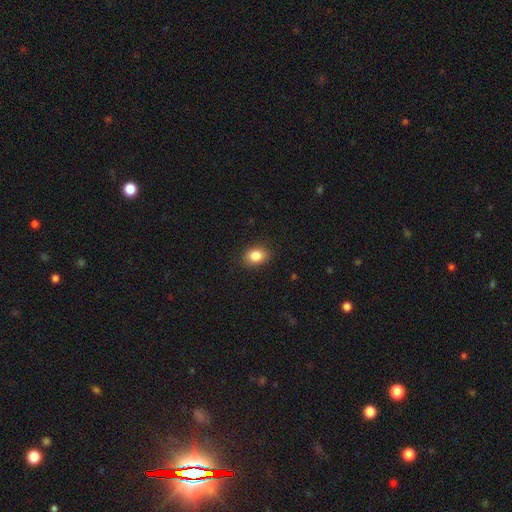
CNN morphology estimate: type=smooth (85%); roundness=in between (63%); merging=none (87%).